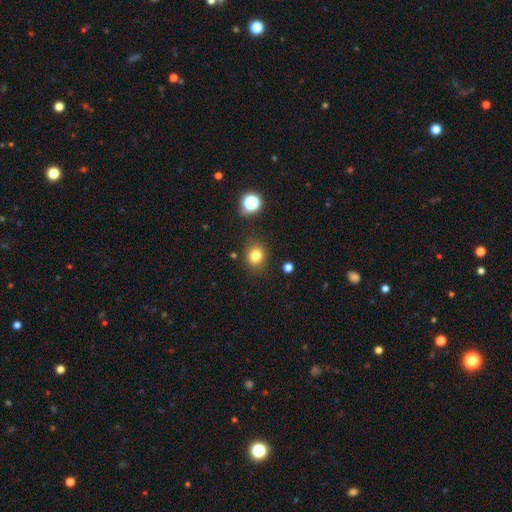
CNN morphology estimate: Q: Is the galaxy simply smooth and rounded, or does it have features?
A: smooth — 79%.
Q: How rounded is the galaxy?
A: round — 72%.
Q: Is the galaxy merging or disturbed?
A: none — 84%.